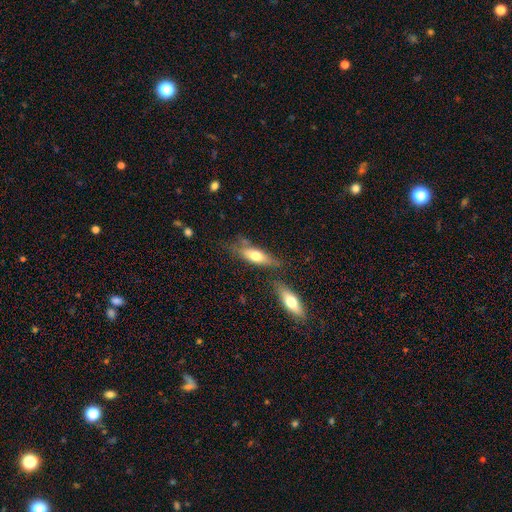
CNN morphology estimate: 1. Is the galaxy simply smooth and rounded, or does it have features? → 63% smooth, 31% featured or disk, 6% star or artifact.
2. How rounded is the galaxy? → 57% in between, 40% cigar-shaped, 3% round.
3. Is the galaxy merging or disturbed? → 58% none, 21% minor disturbance, 13% merger, 7% major disturbance.